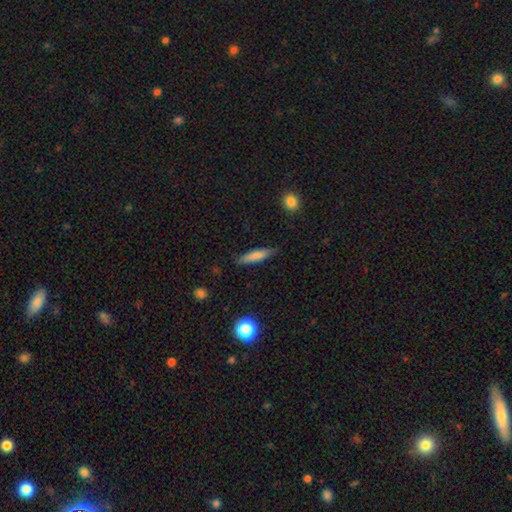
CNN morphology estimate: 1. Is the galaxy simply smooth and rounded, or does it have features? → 76% smooth, 17% featured or disk, 7% star or artifact.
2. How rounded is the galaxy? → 81% cigar-shaped, 18% in between, 2% round.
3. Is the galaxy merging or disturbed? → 84% none, 12% minor disturbance, 3% major disturbance, 1% merger.